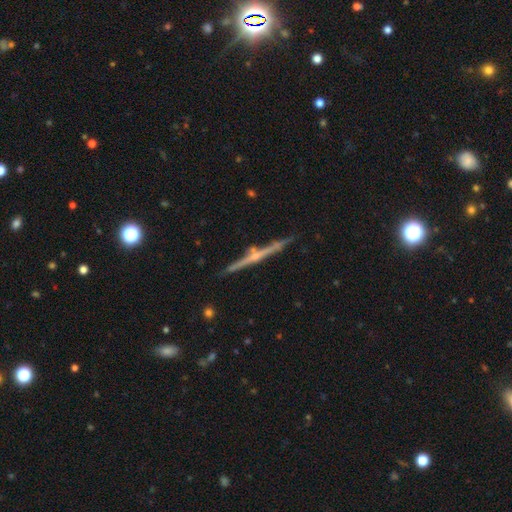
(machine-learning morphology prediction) Smooth or featured?
  - featured or disk: 81% *
  - smooth: 12%
  - star or artifact: 6%
Edge-on disk?
  - yes: 98% *
  - no: 2%
Edge-on bulge?
  - rounded: 71% *
  - none: 22%
  - boxy: 7%
Merging?
  - none: 85% *
  - minor disturbance: 9%
  - merger: 3%
  - major disturbance: 2%